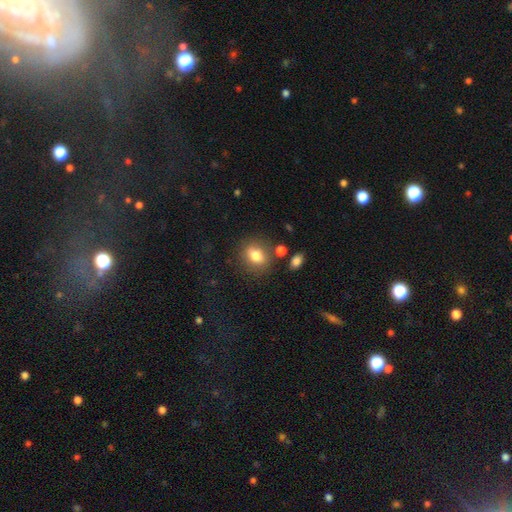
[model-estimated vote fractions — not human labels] Overall: smooth (78%). How rounded: in between (52%; round 46%). Merging: none (78%).